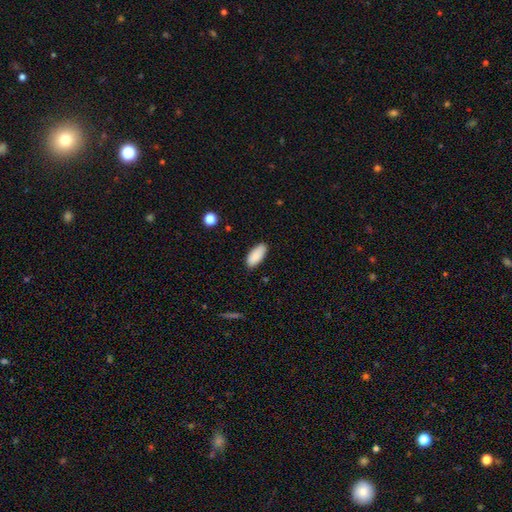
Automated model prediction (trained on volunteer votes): This appears to be a smooth galaxy with no disk features (88%) that is in between round and cigar-shaped (88%). Merging: none (84%).